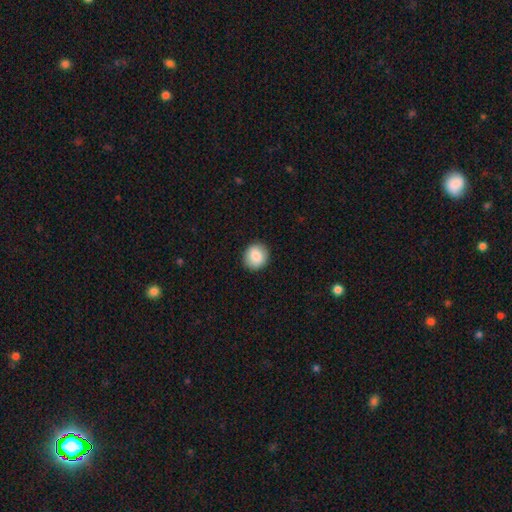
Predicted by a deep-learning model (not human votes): A smooth galaxy with no disk features (86%) that is round (80%).

Vote fractions:
- Smooth or featured? smooth: 86% / star or artifact: 7% / featured or disk: 6%
- How rounded? round: 80% / in between: 19% / cigar-shaped: 1%
- Merging? none: 90% / minor disturbance: 7% / major disturbance: 2% / merger: 1%